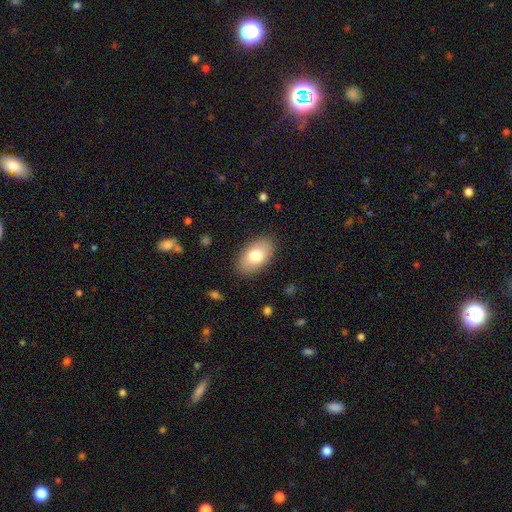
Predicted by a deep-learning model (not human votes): A smooth galaxy with no disk features (76%) that is in between round and cigar-shaped (93%). Merging: none (86%).